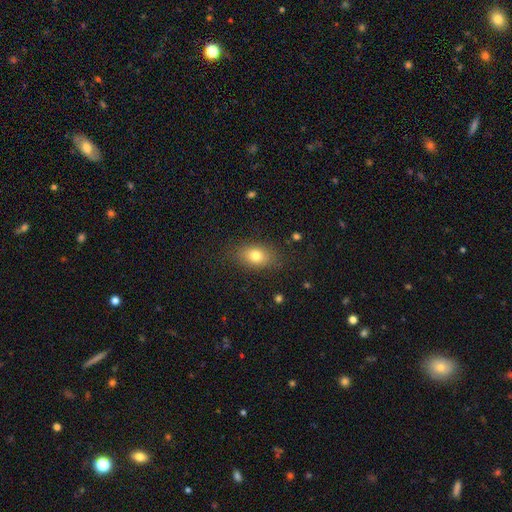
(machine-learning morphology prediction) Smooth or featured? Predicted: smooth (p=0.78). How rounded? Predicted: in between (p=0.78). Merging? Predicted: none (p=0.81).